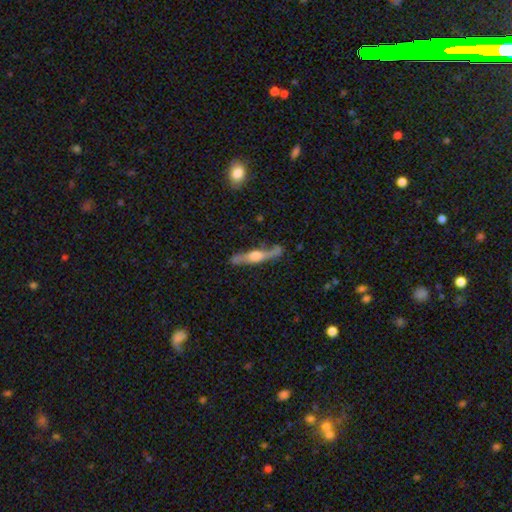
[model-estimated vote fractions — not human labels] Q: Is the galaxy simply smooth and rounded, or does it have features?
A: featured or disk — 67%.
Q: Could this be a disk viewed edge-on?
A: yes — 89%.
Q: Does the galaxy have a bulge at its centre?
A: rounded — 82%.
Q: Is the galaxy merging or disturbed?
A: none — 73%.